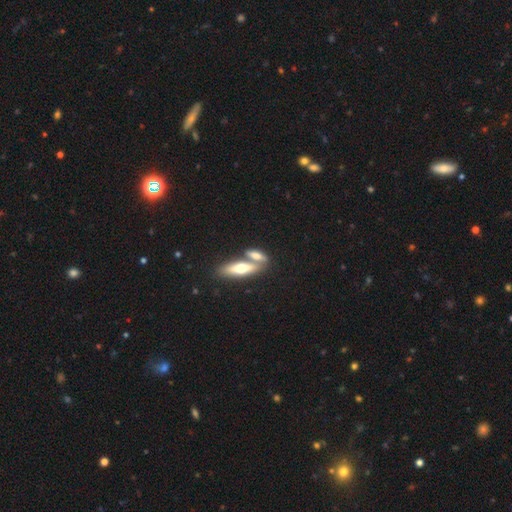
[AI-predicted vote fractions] Q: Smooth or featured?
A: smooth (59%); runner-up: featured or disk (34%)
Q: How rounded?
A: in between (50%); runner-up: cigar-shaped (45%)
Q: Merging?
A: merger (47%); runner-up: none (41%)